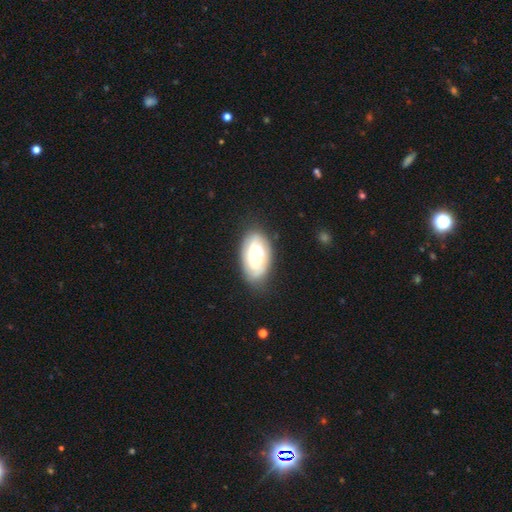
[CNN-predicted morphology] smooth_or_featured: featured or disk (p=0.47) [alt: smooth p=0.46]
merging: none (p=0.74) [alt: minor disturbance p=0.19]